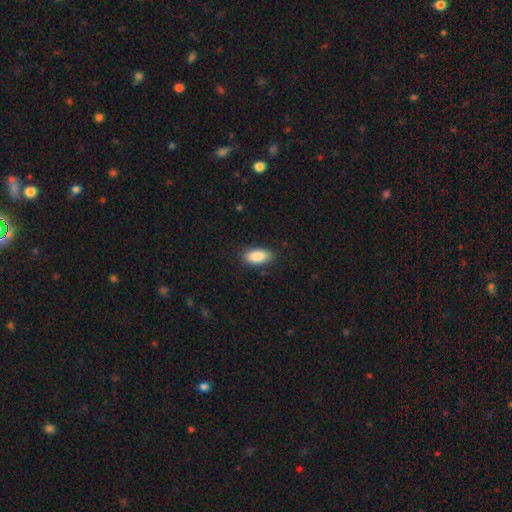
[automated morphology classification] type=smooth (89%); roundness=in between (90%); merging=none (86%).